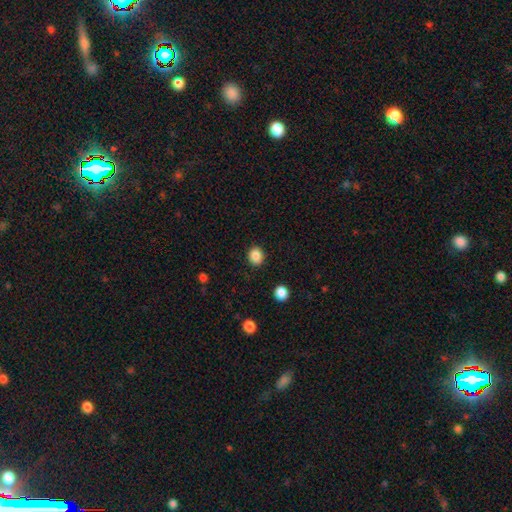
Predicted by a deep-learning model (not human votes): This is clearly a smooth galaxy (87%). How rounded: clearly round (81%). Merging: clearly none (90%).